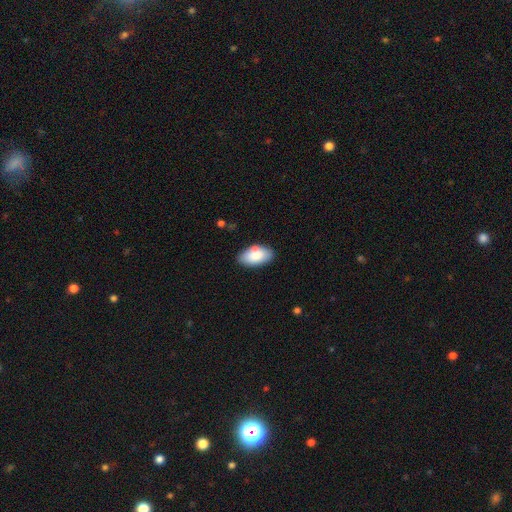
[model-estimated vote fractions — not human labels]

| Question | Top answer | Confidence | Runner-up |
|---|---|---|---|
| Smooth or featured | smooth | 84% | featured or disk (10%) |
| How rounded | in between | 95% | round (3%) |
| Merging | none | 77% | minor disturbance (16%) |